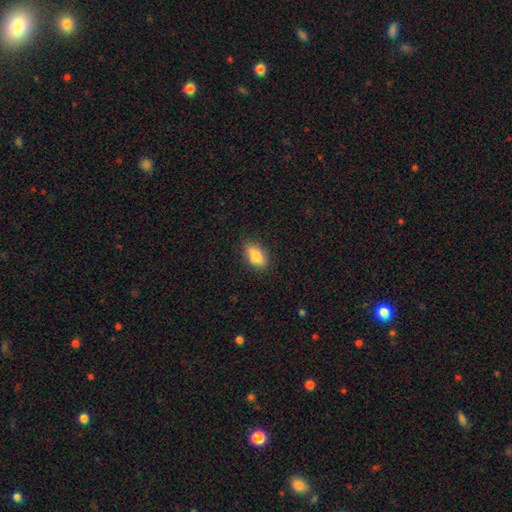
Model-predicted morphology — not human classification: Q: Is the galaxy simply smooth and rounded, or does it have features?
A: smooth — 82%.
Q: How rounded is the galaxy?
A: in between — 84%.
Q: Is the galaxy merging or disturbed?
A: none — 82%.